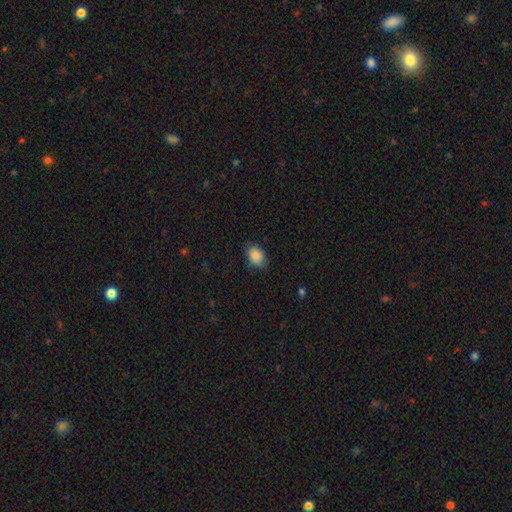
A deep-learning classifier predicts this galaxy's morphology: This appears to be a smooth galaxy with no disk features (87%) that is in between round and cigar-shaped (80%). Merging: none (80%).